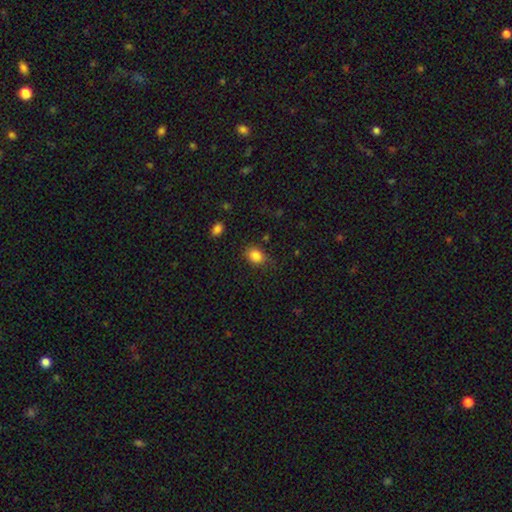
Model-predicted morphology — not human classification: The model was most divided on "how rounded": in between: 56%, round: 43%, cigar-shaped: 1%. More confident: smooth or featured — smooth (84%); merging — none (72%).